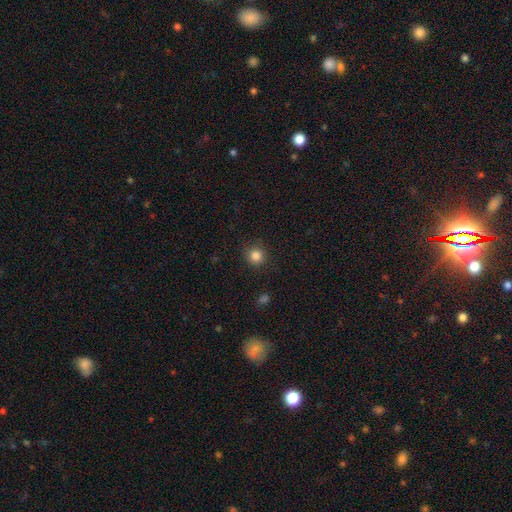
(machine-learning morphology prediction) Smooth or featured?
  - smooth: 84% *
  - star or artifact: 12%
  - featured or disk: 4%
How rounded?
  - round: 94% *
  - in between: 5%
  - cigar-shaped: 1%
Merging?
  - none: 89% *
  - minor disturbance: 7%
  - major disturbance: 2%
  - merger: 1%